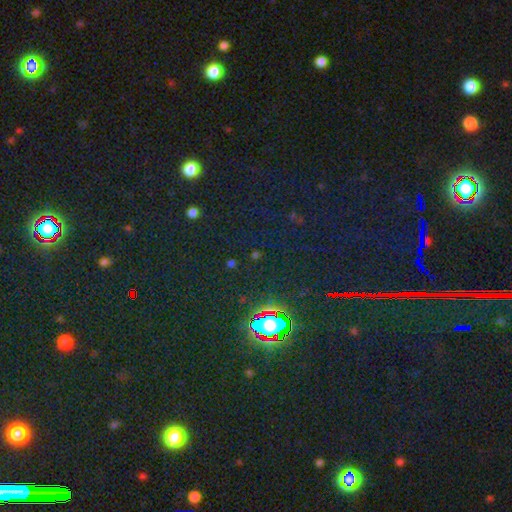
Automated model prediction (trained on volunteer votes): Morphology: type=star or artifact (74%).